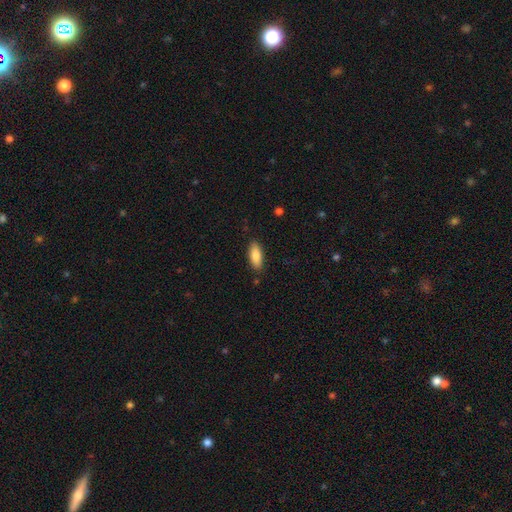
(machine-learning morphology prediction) Smooth or featured? smooth (85%)
How rounded? in between (79%)
Merging? none (86%)